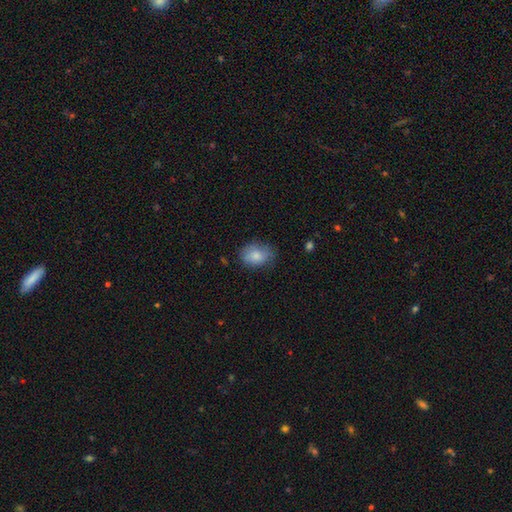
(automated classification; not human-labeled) This is likely a smooth galaxy (80%). How rounded: likely in between (67%). Merging: likely none (66%).